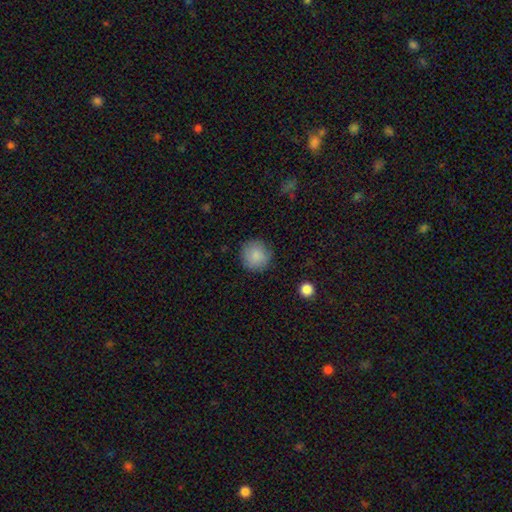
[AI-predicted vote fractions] Smooth or featured?
  - smooth: 87% *
  - star or artifact: 8%
  - featured or disk: 5%
How rounded?
  - round: 94% *
  - in between: 5%
  - cigar-shaped: 1%
Merging?
  - none: 86% *
  - minor disturbance: 10%
  - major disturbance: 3%
  - merger: 1%